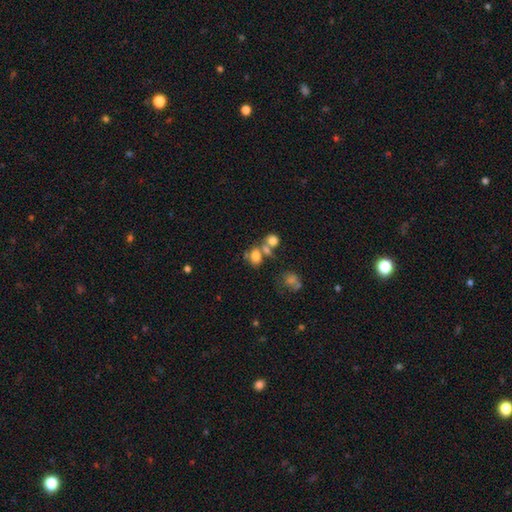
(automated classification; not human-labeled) A smooth galaxy with no disk features (71%) that is in between round and cigar-shaped (65%). Merging: merger (43%).